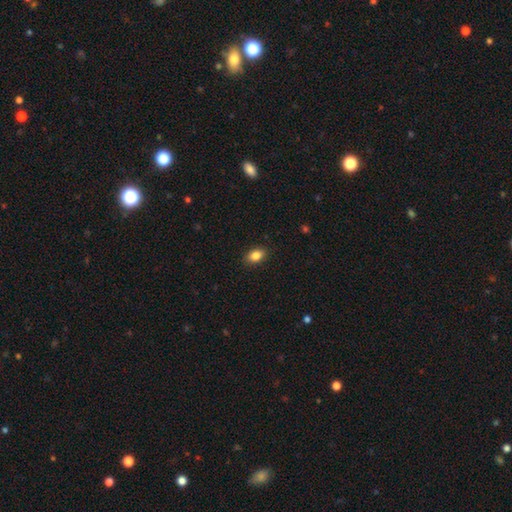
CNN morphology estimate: Smooth or featured: smooth — 86% (star or artifact — 9%)
How rounded: in between — 84% (round — 14%)
Merging: none — 89% (minor disturbance — 8%)